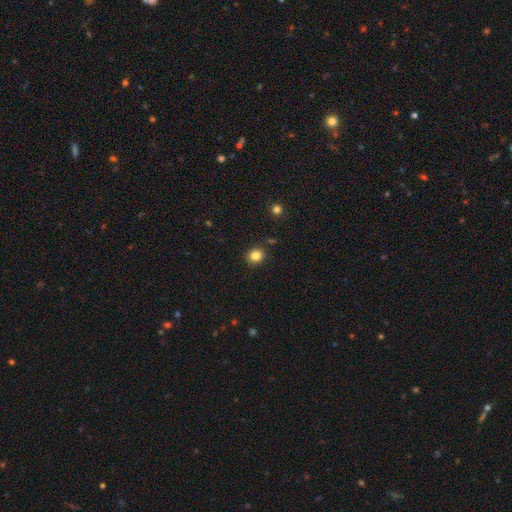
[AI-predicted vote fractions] This is clearly a smooth galaxy (83%). How rounded: likely round (78%). Merging: clearly none (88%).